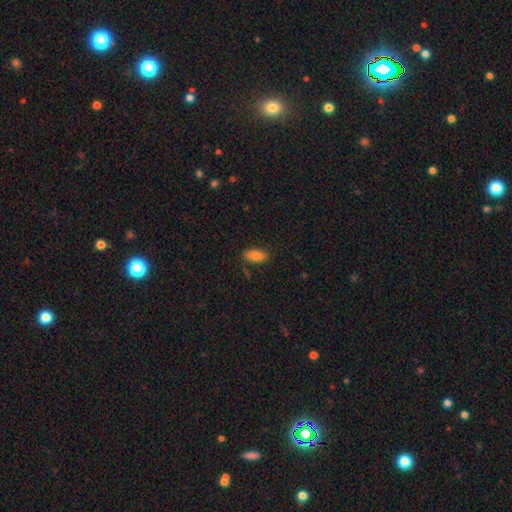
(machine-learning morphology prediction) This is clearly a smooth galaxy (81%). How rounded: clearly in between (90%). Merging: likely none (79%).